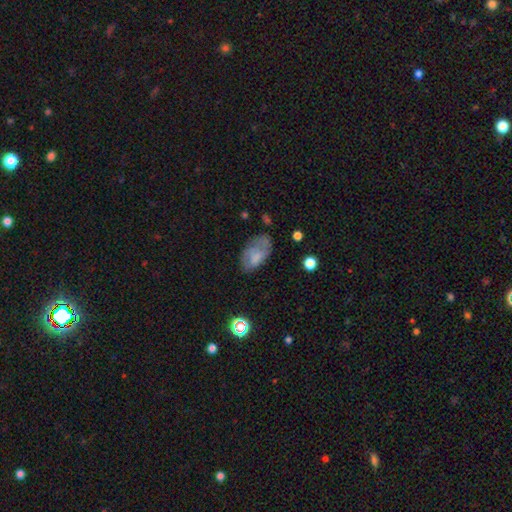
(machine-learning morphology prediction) A smooth galaxy with no disk features (62%) that is in between round and cigar-shaped (92%). Merging: none (54%).